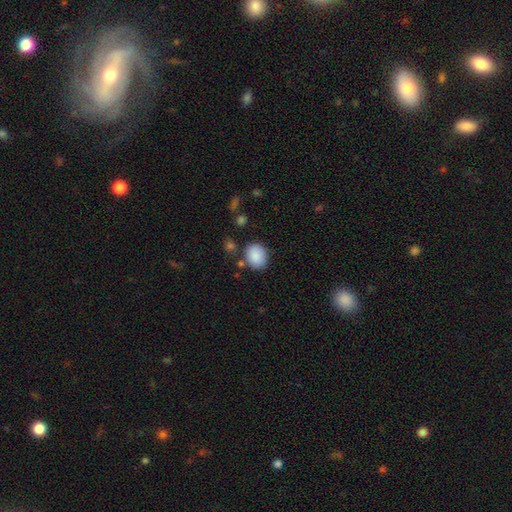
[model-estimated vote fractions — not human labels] Smooth or featured?
  - smooth: 89% *
  - star or artifact: 7%
  - featured or disk: 4%
How rounded?
  - round: 53% *
  - in between: 46%
  - cigar-shaped: 1%
Merging?
  - none: 79% *
  - minor disturbance: 13%
  - merger: 5%
  - major disturbance: 4%